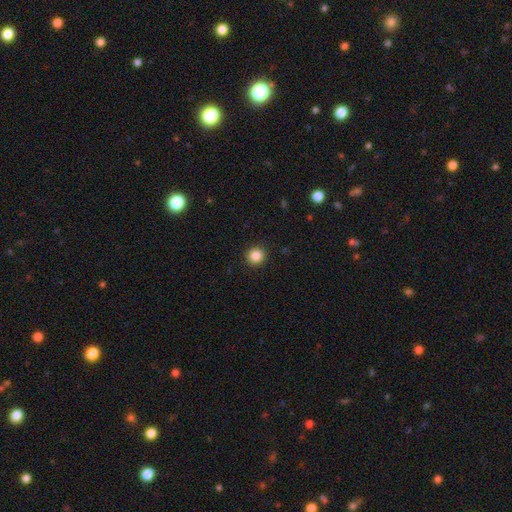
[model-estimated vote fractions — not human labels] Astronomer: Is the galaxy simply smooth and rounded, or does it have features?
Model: smooth — 87%.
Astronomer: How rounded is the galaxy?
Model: round — 93%.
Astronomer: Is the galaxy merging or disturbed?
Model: none — 92%.